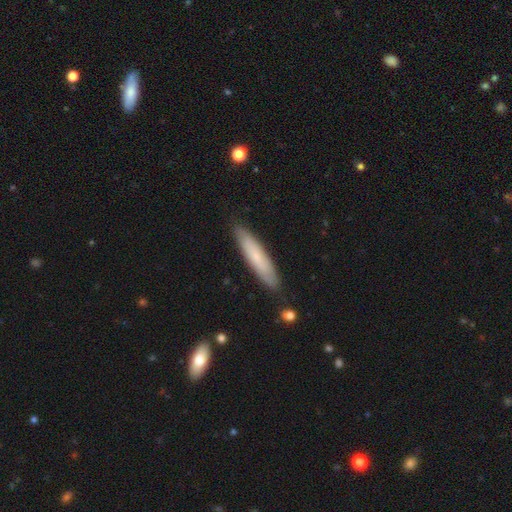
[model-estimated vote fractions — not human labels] A smooth galaxy with no disk features (63%) that is cigar-shaped (86%).

Vote fractions:
- Smooth or featured? smooth: 63% / featured or disk: 31% / star or artifact: 6%
- How rounded? cigar-shaped: 86% / in between: 13% / round: 1%
- Merging? none: 86% / minor disturbance: 11% / major disturbance: 2% / merger: 2%